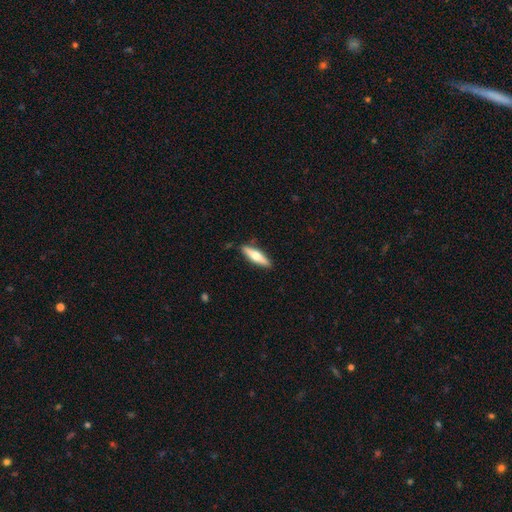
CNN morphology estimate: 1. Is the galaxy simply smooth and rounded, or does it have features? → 48% smooth, 46% featured or disk, 5% star or artifact.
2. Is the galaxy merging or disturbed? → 88% none, 9% minor disturbance, 2% major disturbance, 2% merger.